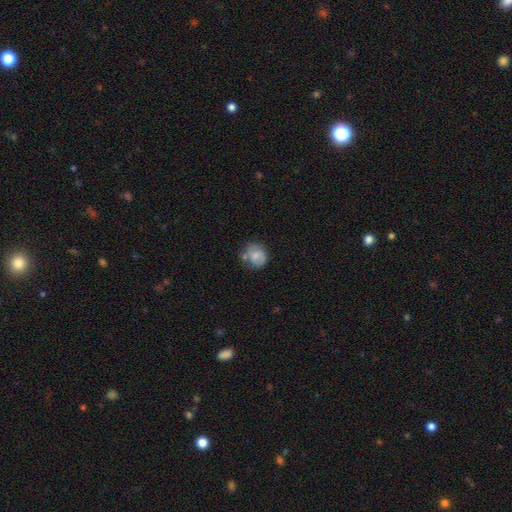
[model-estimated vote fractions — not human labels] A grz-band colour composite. It shows a smooth galaxy with no disk features (57%) that is round (71%). Merging: none (56%).